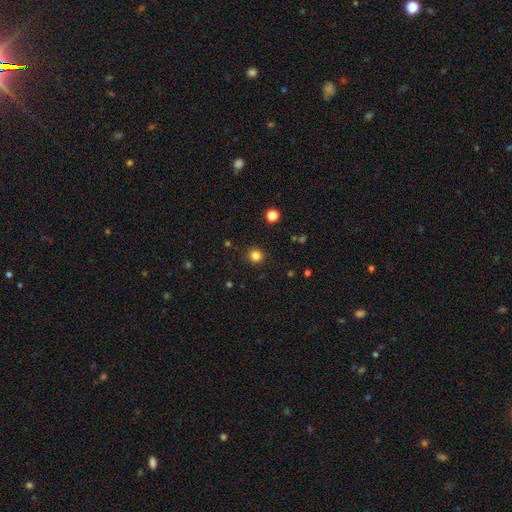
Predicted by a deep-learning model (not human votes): Smooth or featured: smooth — 83% (star or artifact — 13%)
How rounded: round — 93% (in between — 6%)
Merging: none — 92% (minor disturbance — 5%)